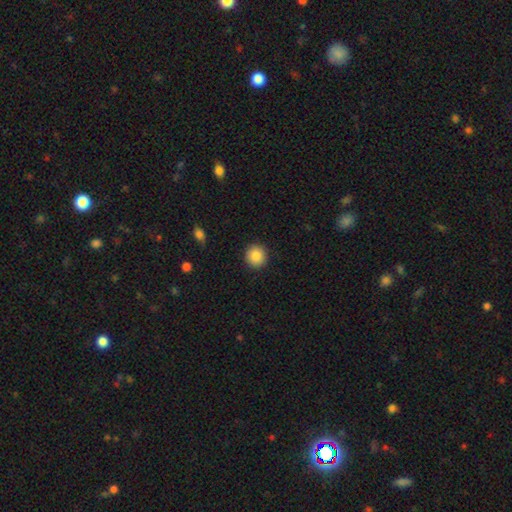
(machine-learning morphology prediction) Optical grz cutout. It shows a smooth galaxy with no disk features (87%) that is round (93%). Merging: none (92%).